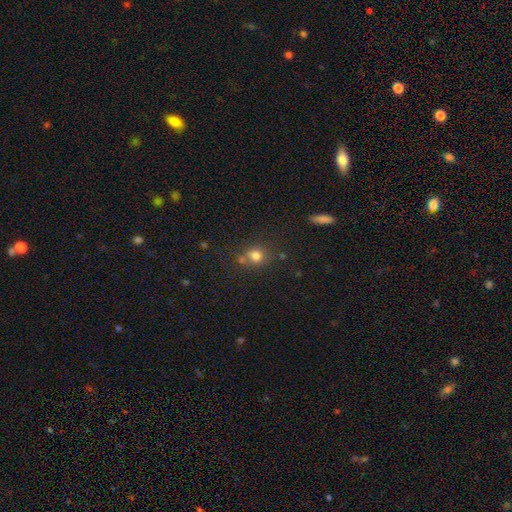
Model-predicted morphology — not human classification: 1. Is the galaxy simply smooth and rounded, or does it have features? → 77% smooth, 14% star or artifact, 9% featured or disk.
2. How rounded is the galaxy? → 80% round, 19% in between, 1% cigar-shaped.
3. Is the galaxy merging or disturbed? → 62% none, 20% merger, 13% minor disturbance, 5% major disturbance.